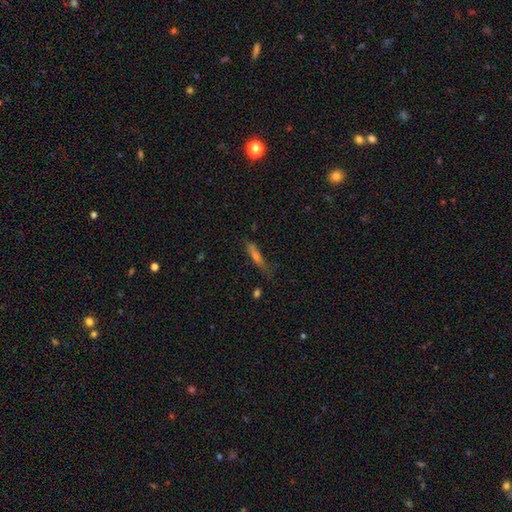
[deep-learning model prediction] Smooth or featured? smooth (46%)
Merging? none (67%)